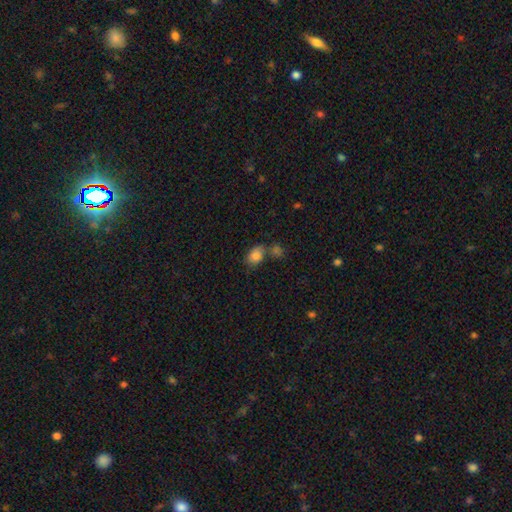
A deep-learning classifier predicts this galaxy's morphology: This appears to be a smooth galaxy with no disk features (81%) that is in between round and cigar-shaped (75%). Merging: none (46%).